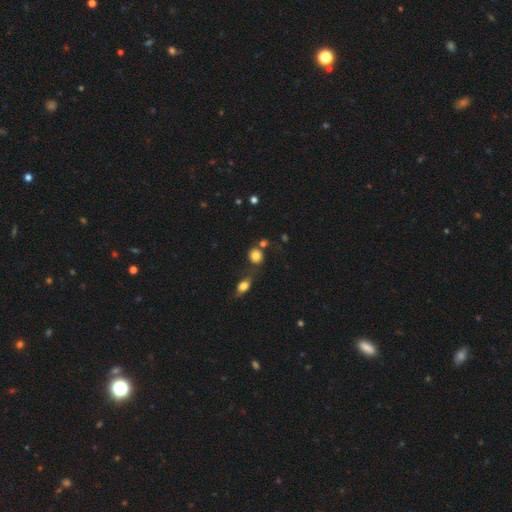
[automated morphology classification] Smooth or featured?
  - smooth: 80% *
  - star or artifact: 12%
  - featured or disk: 8%
How rounded?
  - round: 79% *
  - in between: 20%
  - cigar-shaped: 1%
Merging?
  - none: 61% *
  - merger: 20%
  - minor disturbance: 13%
  - major disturbance: 5%